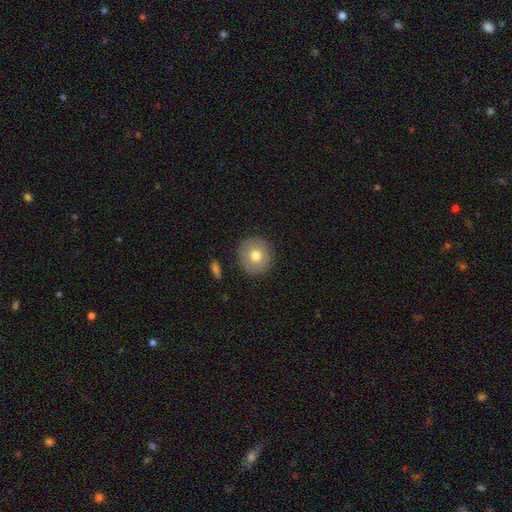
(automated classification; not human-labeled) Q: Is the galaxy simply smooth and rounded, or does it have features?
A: smooth — 73%.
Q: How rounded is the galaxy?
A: round — 93%.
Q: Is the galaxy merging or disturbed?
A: none — 89%.